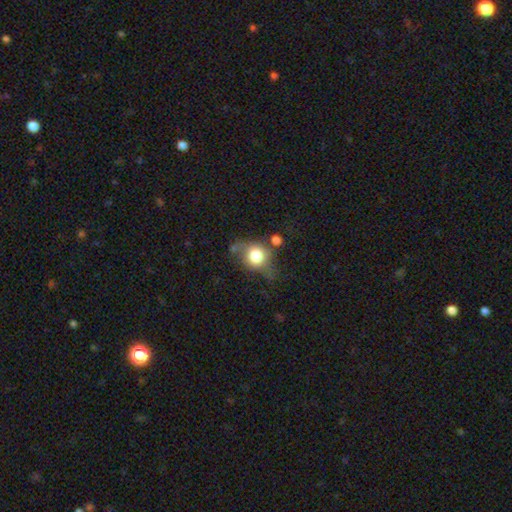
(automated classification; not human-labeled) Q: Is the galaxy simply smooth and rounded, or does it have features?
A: smooth — 72%.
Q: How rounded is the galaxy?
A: round — 69%.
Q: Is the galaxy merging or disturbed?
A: none — 43%.